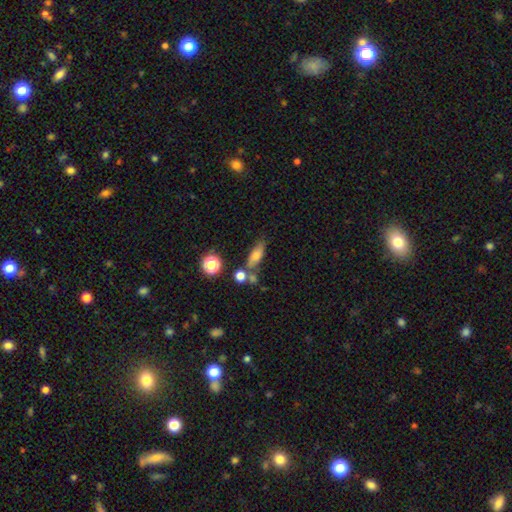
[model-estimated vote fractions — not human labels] Smooth or featured? smooth (62%)
How rounded? in between (56%)
Merging? none (61%)